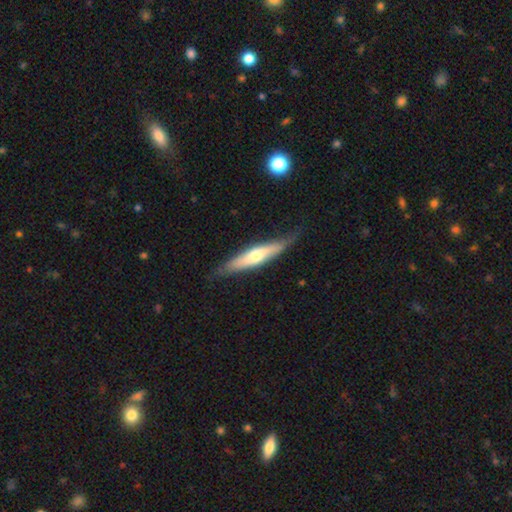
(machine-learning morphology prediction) type=featured or disk (49%); merging=none (73%).